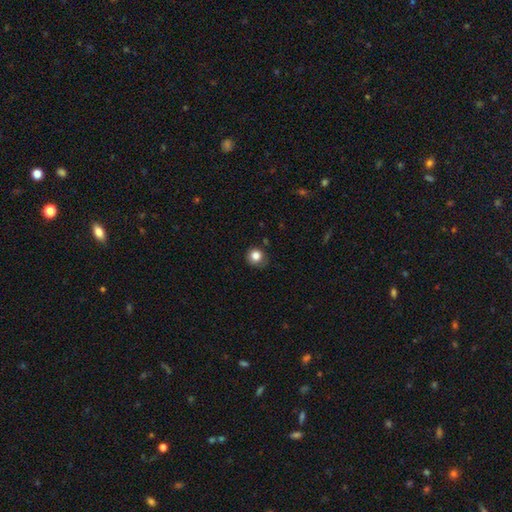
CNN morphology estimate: This appears to be a smooth galaxy with no disk features (84%) that is round (89%). Merging: none (76%).